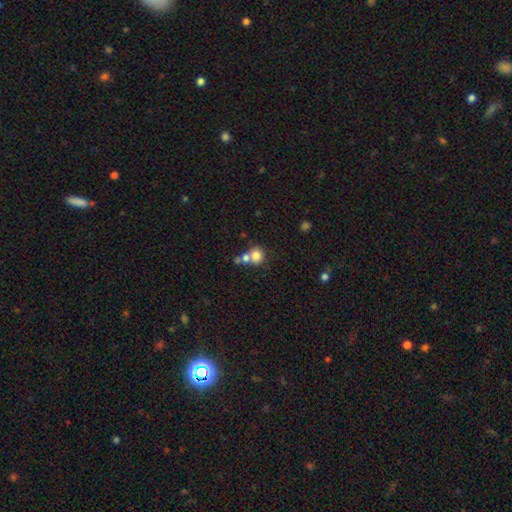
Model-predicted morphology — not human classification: The model was most divided on "merging": merger: 45%, none: 42%, minor disturbance: 9%, major disturbance: 4%. More confident: how rounded — round (80%); smooth or featured — smooth (77%).